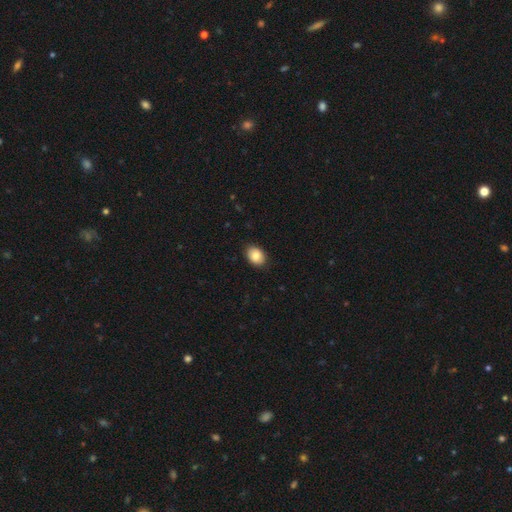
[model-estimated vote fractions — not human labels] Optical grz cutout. It shows a smooth galaxy with no disk features (85%) that is in between round and cigar-shaped (72%). Merging: none (87%).